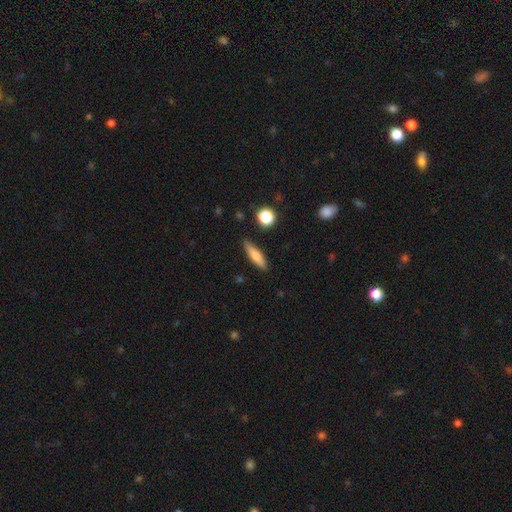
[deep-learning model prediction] A smooth galaxy with no disk features (73%) that is cigar-shaped (74%). Merging: none (85%).